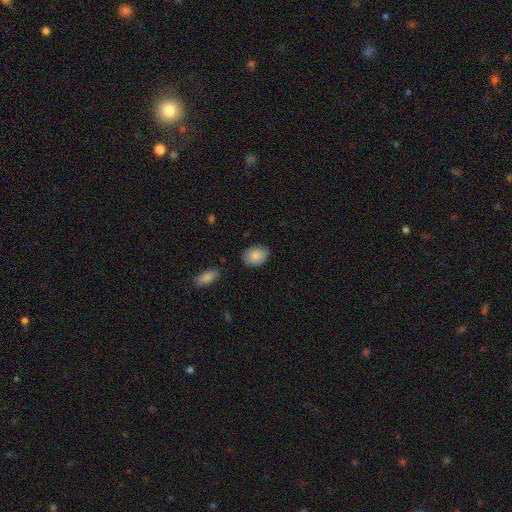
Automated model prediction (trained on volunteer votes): This appears to be a smooth galaxy with no disk features (86%) that is in between round and cigar-shaped (69%). Merging: none (79%).